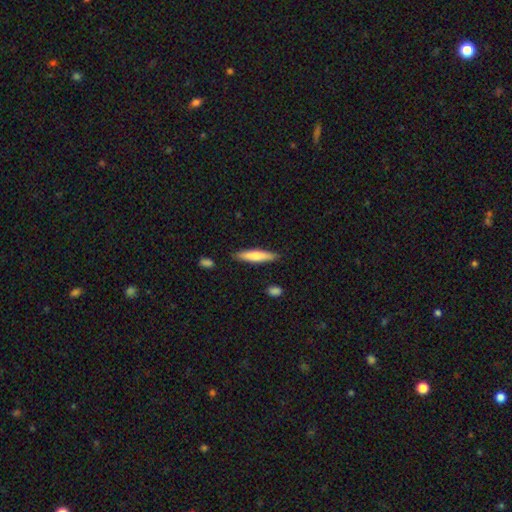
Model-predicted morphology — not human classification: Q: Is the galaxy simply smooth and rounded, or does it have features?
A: smooth — 71%.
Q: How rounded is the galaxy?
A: cigar-shaped — 85%.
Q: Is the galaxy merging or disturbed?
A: none — 86%.